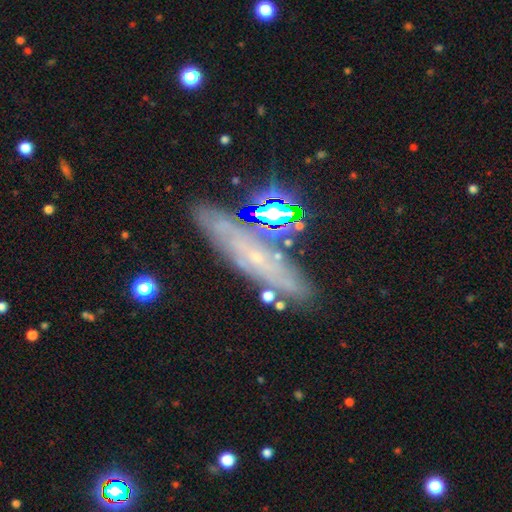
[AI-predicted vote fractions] Smooth or featured?
  - featured or disk: 61% *
  - smooth: 22%
  - star or artifact: 17%
Edge-on disk?
  - yes: 53% *
  - no: 47%
Merging?
  - none: 78% *
  - minor disturbance: 13%
  - merger: 5%
  - major disturbance: 4%